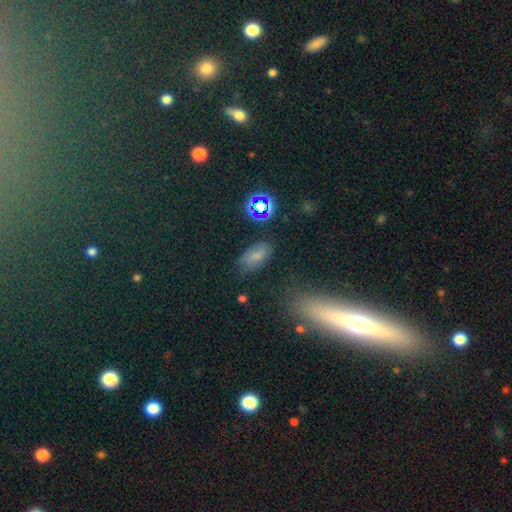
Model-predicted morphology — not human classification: Smooth or featured: smooth — 67% (star or artifact — 20%)
How rounded: in between — 90% (round — 6%)
Merging: none — 70% (minor disturbance — 19%)